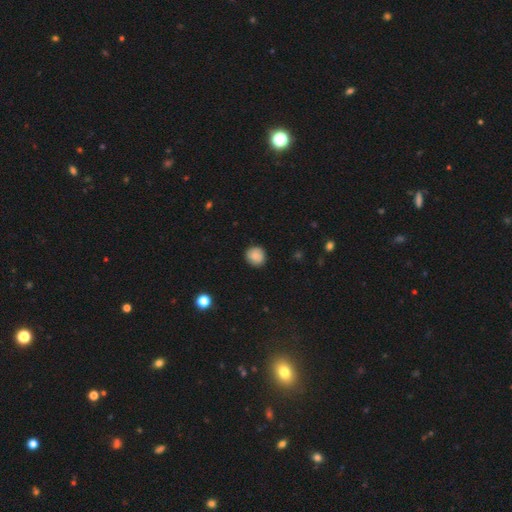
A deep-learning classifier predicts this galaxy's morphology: smooth_or_featured: smooth (p=0.85) [alt: star or artifact p=0.09]
how_rounded: round (p=0.91) [alt: in between p=0.09]
merging: none (p=0.88) [alt: minor disturbance p=0.09]